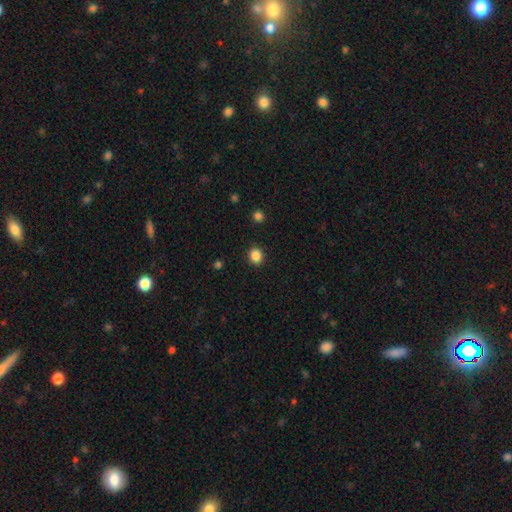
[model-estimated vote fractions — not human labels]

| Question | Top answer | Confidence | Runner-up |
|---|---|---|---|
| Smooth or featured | smooth | 86% | star or artifact (11%) |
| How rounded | round | 81% | in between (18%) |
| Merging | none | 91% | minor disturbance (6%) |